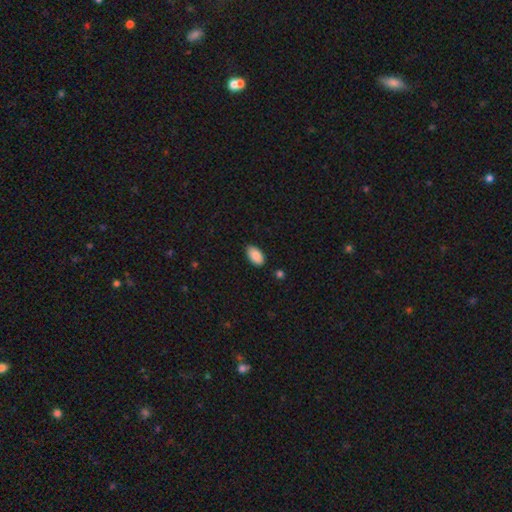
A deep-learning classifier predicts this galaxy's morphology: Smooth or featured?
  - smooth: 89% *
  - star or artifact: 7%
  - featured or disk: 4%
How rounded?
  - in between: 95% *
  - round: 3%
  - cigar-shaped: 2%
Merging?
  - none: 87% *
  - minor disturbance: 10%
  - major disturbance: 2%
  - merger: 1%